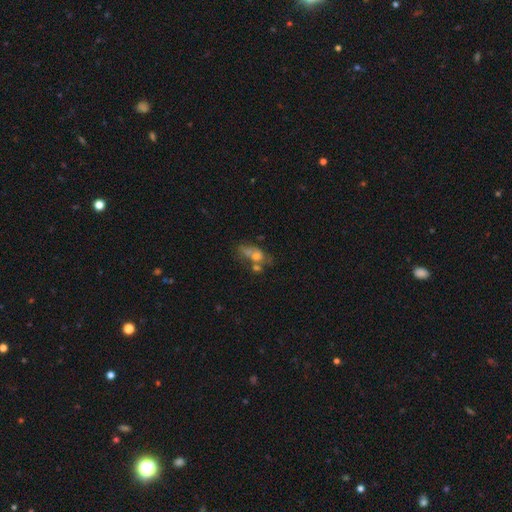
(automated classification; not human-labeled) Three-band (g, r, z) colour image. It shows a smooth galaxy with no disk features (41%). Merging: merger (32%).